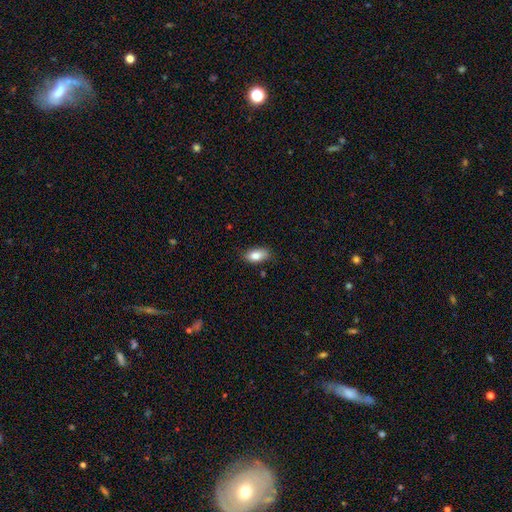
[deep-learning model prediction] Smooth or featured? Predicted: smooth (p=0.83). How rounded? Predicted: in between (p=0.90). Merging? Predicted: none (p=0.79).